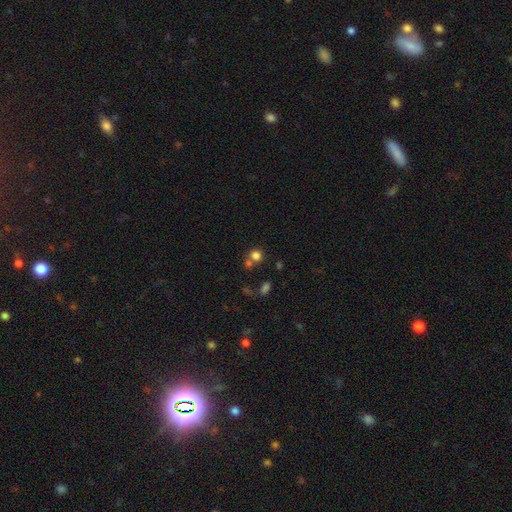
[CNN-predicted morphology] A smooth galaxy with no disk features (78%) that is round (83%).

Vote fractions:
- Smooth or featured? smooth: 78% / star or artifact: 14% / featured or disk: 8%
- How rounded? round: 83% / in between: 15% / cigar-shaped: 1%
- Merging? none: 56% / merger: 30% / minor disturbance: 10% / major disturbance: 5%